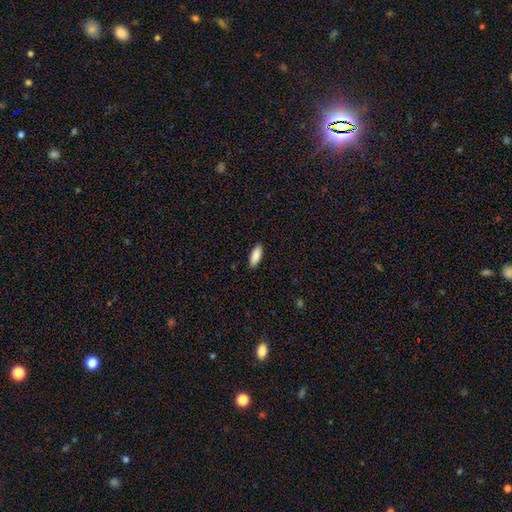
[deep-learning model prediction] Smooth or featured?
  - smooth: 89% *
  - star or artifact: 6%
  - featured or disk: 5%
How rounded?
  - in between: 76% *
  - cigar-shaped: 23%
  - round: 2%
Merging?
  - none: 90% *
  - minor disturbance: 8%
  - major disturbance: 2%
  - merger: 1%